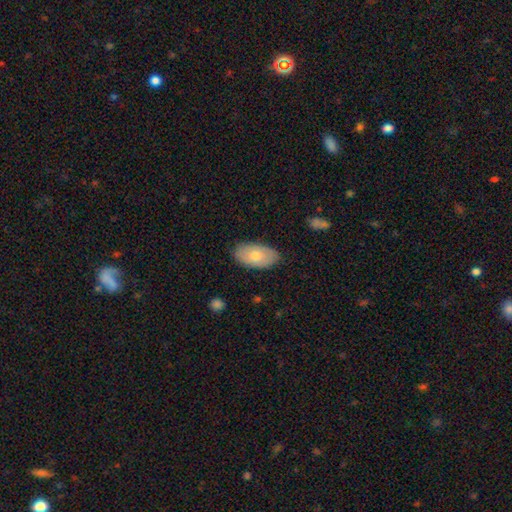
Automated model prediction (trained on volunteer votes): smooth_or_featured: smooth (p=0.71) [alt: featured or disk p=0.24]
how_rounded: in between (p=0.95) [alt: round p=0.04]
merging: none (p=0.82) [alt: minor disturbance p=0.15]